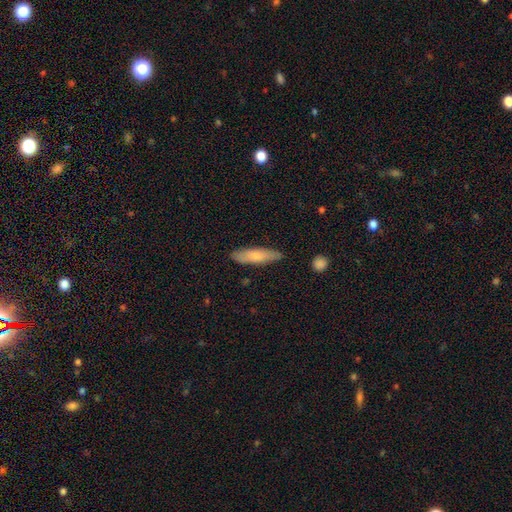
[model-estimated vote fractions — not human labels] Smooth or featured: smooth — 72% (featured or disk — 23%)
How rounded: cigar-shaped — 66% (in between — 32%)
Merging: none — 84% (minor disturbance — 12%)